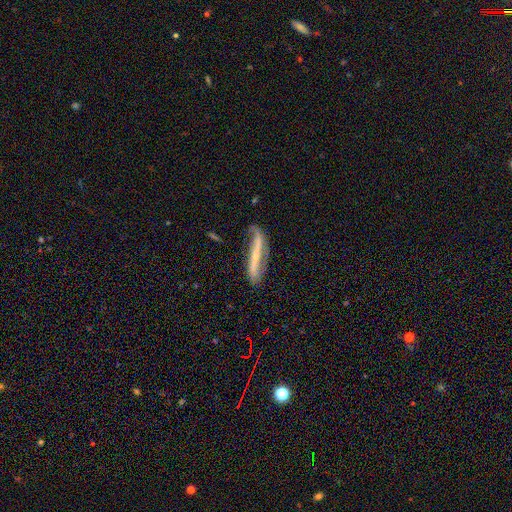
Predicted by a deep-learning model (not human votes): featured or disk 74%, smooth 20%, star or artifact 7%. Down the decision tree: edge-on disk — no (62%); merging — none (60%).